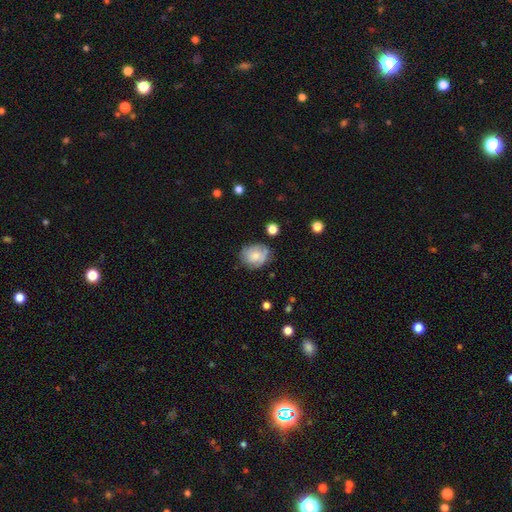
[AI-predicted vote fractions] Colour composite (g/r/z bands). It shows a smooth galaxy with no disk features (67%) that is round (63%). Merging: none (66%).